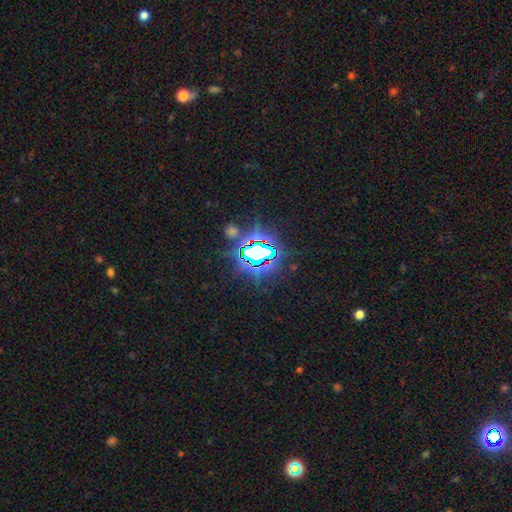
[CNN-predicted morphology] Q: Smooth or featured?
A: star or artifact (79%); runner-up: smooth (11%)